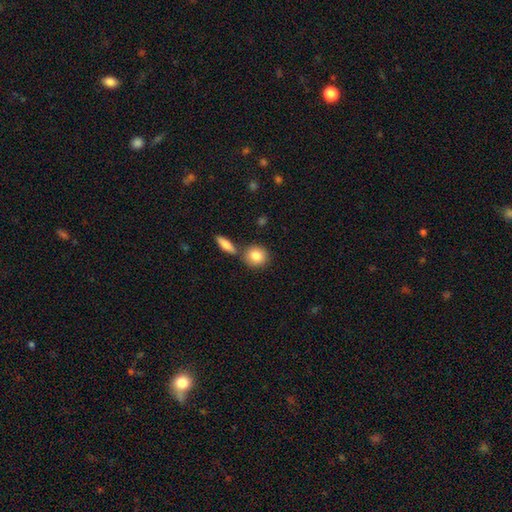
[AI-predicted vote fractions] smooth_or_featured: smooth (p=0.83) [alt: featured or disk p=0.09]
how_rounded: round (p=0.77) [alt: in between p=0.21]
merging: none (p=0.70) [alt: merger p=0.17]